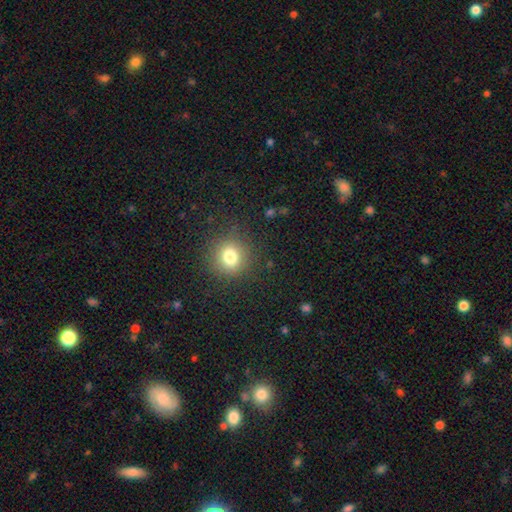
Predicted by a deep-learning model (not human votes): Smooth or featured: smooth — 65% (star or artifact — 30%)
How rounded: round — 94% (in between — 5%)
Merging: none — 91% (minor disturbance — 5%)